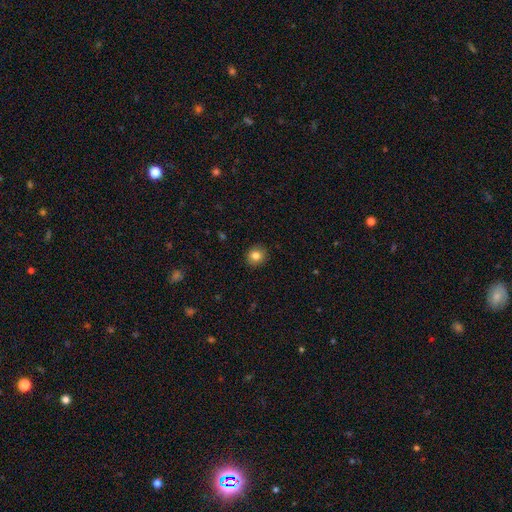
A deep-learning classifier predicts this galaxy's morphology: Smooth or featured: smooth — 84% (star or artifact — 10%)
How rounded: round — 86% (in between — 13%)
Merging: none — 91% (minor disturbance — 7%)